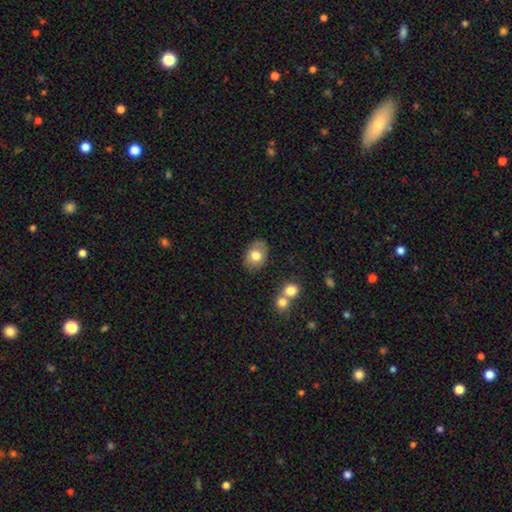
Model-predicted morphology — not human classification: A smooth galaxy with no disk features (75%) that is in between round and cigar-shaped (76%).

Vote fractions:
- Smooth or featured? smooth: 75% / featured or disk: 17% / star or artifact: 8%
- How rounded? in between: 76% / round: 23% / cigar-shaped: 1%
- Merging? none: 80% / minor disturbance: 13% / merger: 5% / major disturbance: 3%